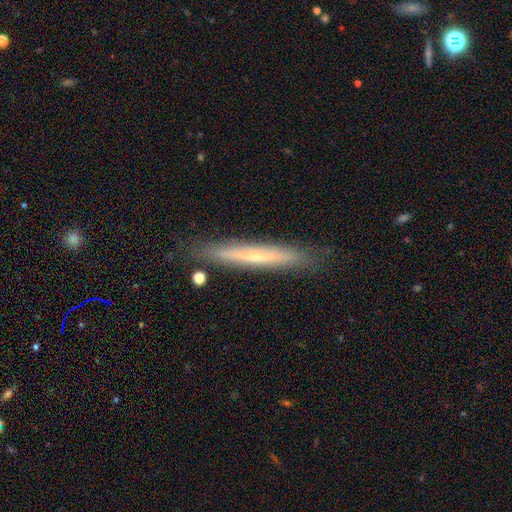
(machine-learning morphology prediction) This appears to be a featured or disk galaxy (52%) viewed edge-on (93%). Merging: none (86%).